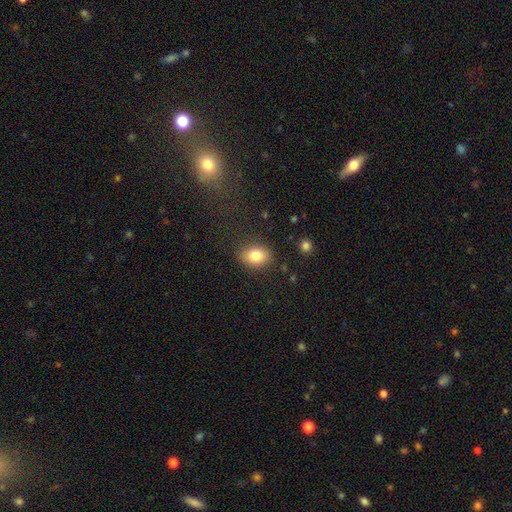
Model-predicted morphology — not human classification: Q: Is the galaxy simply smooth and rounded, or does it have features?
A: smooth — 81%.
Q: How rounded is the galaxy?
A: in between — 72%.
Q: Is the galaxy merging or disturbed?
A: none — 85%.